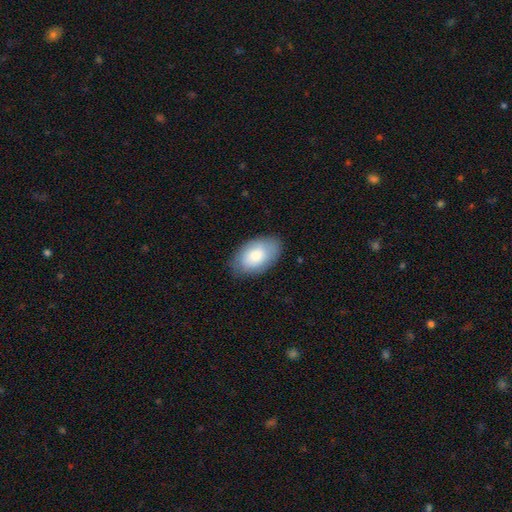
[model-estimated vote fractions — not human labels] smooth_or_featured: smooth (p=0.78) [alt: featured or disk p=0.16]
how_rounded: in between (p=0.93) [alt: round p=0.06]
merging: none (p=0.80) [alt: minor disturbance p=0.15]